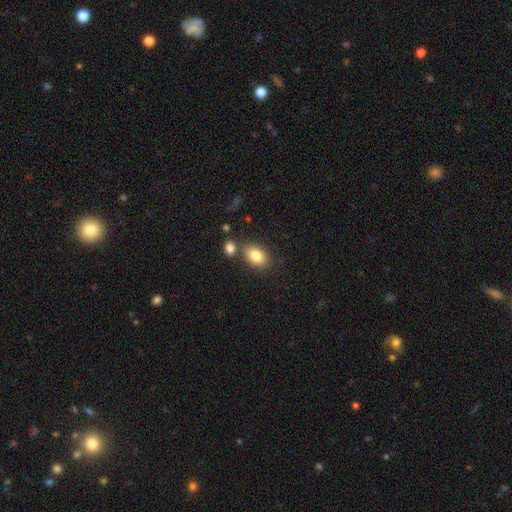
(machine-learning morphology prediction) smooth-or-featured: smooth: 83% | featured or disk: 9% | star or artifact: 8%
  how-rounded: in between: 85% | round: 13% | cigar-shaped: 2%
  merging: none: 70% | merger: 15% | minor disturbance: 12% | major disturbance: 3%